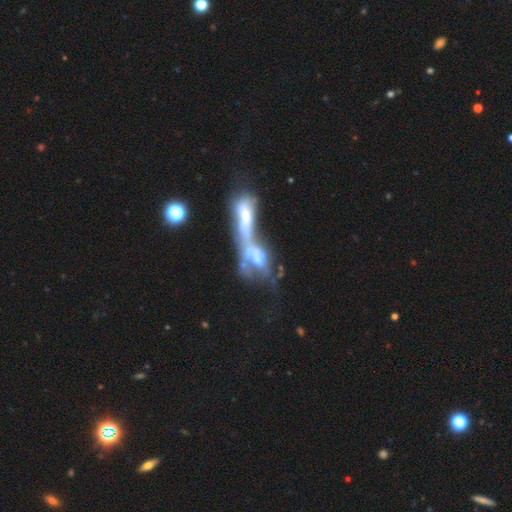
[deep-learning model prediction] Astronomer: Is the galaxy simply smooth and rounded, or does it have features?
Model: featured or disk — 55% (runner-up: smooth, 32%).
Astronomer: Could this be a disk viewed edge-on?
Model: no — 89%.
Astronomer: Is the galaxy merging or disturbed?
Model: merger — 74%.